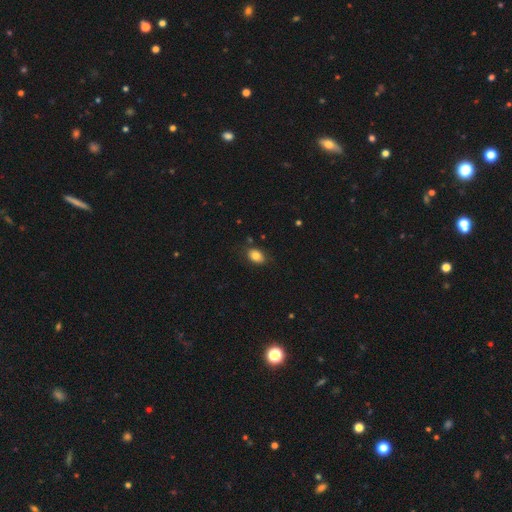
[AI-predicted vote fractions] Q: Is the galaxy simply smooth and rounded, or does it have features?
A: smooth — 83%.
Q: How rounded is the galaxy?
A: in between — 78%.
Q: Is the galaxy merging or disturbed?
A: none — 80%.